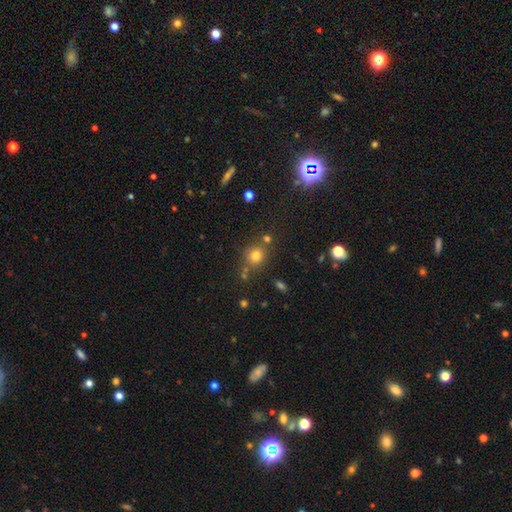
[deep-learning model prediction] Q: Smooth or featured?
A: smooth (75%); runner-up: star or artifact (16%)
Q: How rounded?
A: round (83%); runner-up: in between (16%)
Q: Merging?
A: none (73%); runner-up: merger (12%)